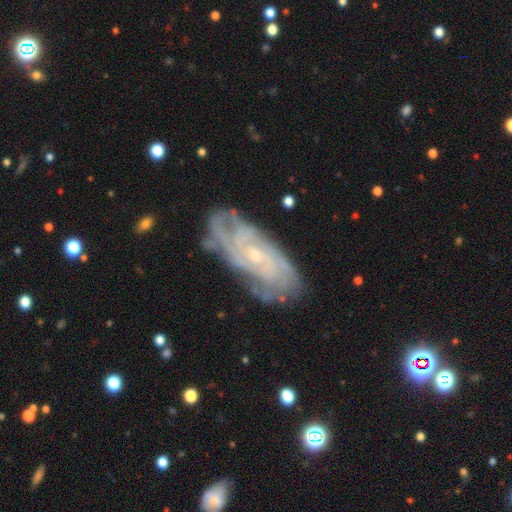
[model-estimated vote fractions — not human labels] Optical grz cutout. It shows a featured or disk galaxy (84%) with no bar (69%), tight (70%) spiral arms (95%) and a small central bulge (76%). Merging: none (76%).